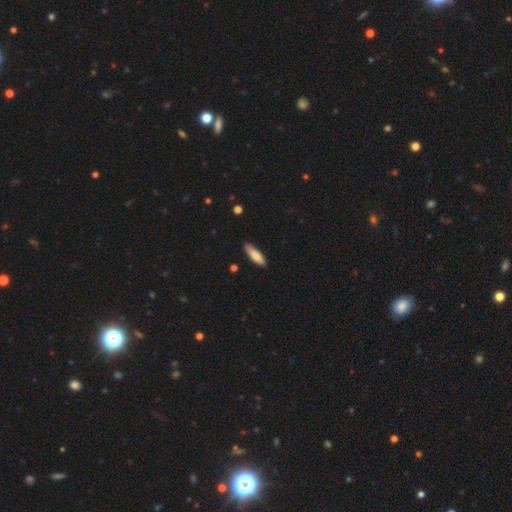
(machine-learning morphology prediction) Smooth or featured?
  - smooth: 83% *
  - featured or disk: 11%
  - star or artifact: 6%
How rounded?
  - cigar-shaped: 53% *
  - in between: 46%
  - round: 2%
Merging?
  - none: 81% *
  - minor disturbance: 16%
  - major disturbance: 2%
  - merger: 1%